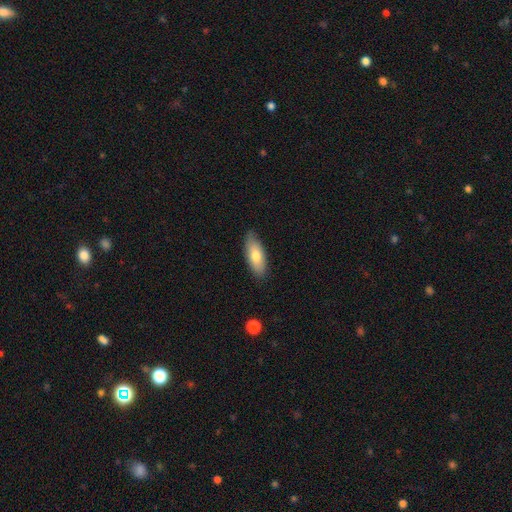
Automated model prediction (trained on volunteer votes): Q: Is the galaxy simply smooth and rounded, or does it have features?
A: smooth — 75%.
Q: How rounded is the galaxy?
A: in between — 76%.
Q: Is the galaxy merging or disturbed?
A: none — 83%.